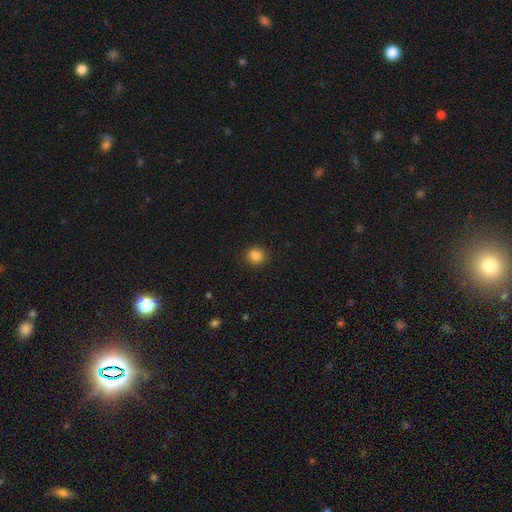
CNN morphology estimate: type=smooth (85%); roundness=round (67%); merging=none (85%).